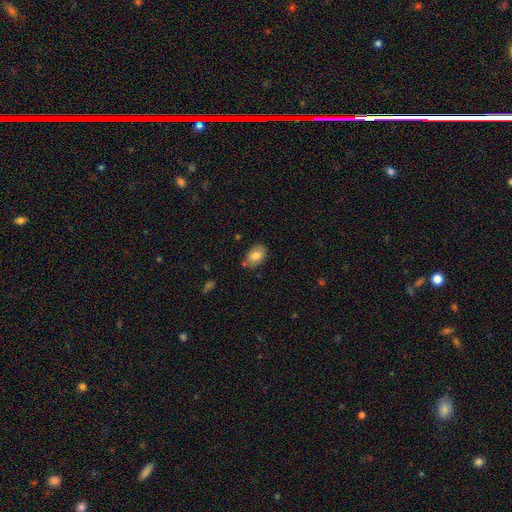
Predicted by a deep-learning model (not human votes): This is likely a smooth galaxy (80%). How rounded: clearly in between (81%). Merging: likely none (78%).